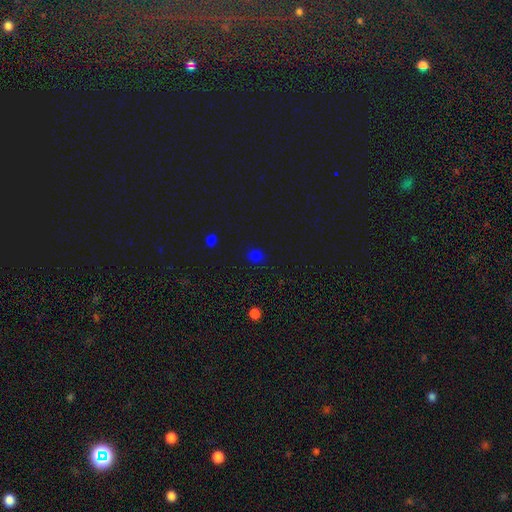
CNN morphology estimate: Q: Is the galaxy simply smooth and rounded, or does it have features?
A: smooth — 71%.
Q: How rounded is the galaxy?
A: round — 82%.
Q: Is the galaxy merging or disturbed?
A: none — 87%.